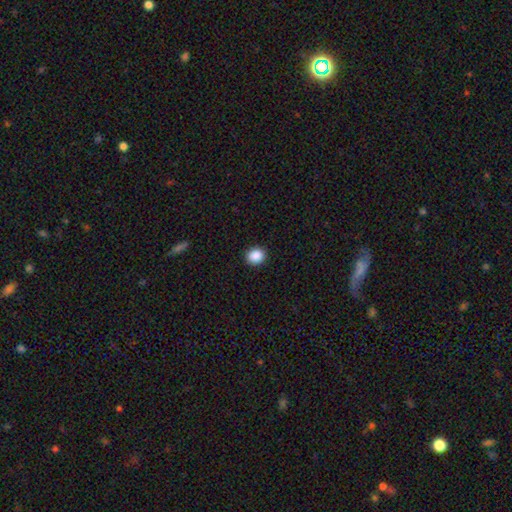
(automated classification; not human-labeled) Smooth or featured? smooth (88%)
How rounded? round (80%)
Merging? none (92%)